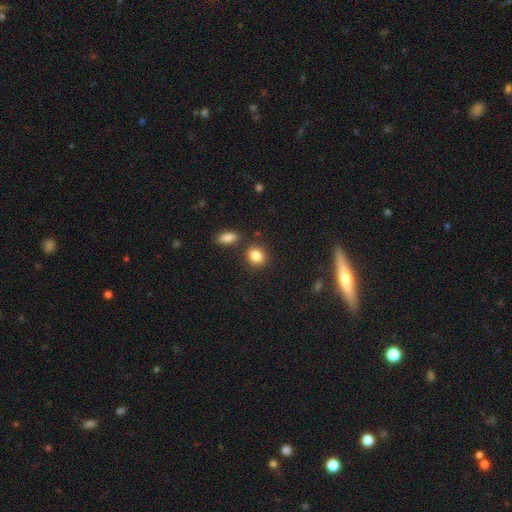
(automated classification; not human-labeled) Overall: smooth (85%). How rounded: round (52%; in between 46%). Merging: none (78%).